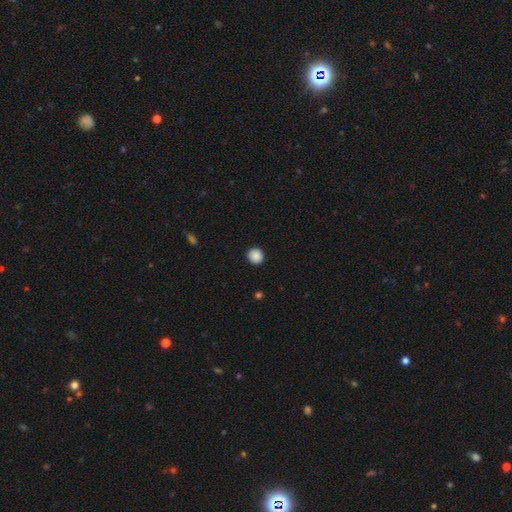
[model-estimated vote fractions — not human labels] Smooth or featured: smooth — 89% (star or artifact — 9%)
How rounded: round — 91% (in between — 8%)
Merging: none — 92% (minor disturbance — 5%)